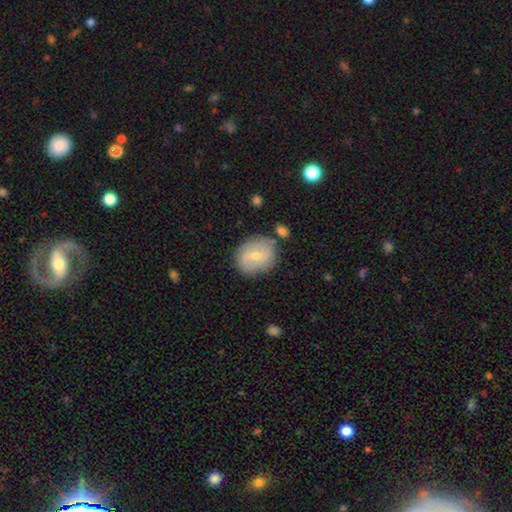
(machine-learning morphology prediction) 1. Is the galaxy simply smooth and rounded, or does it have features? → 51% smooth, 42% featured or disk, 7% star or artifact.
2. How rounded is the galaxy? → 63% round, 36% in between, 1% cigar-shaped.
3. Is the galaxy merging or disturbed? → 75% none, 16% minor disturbance, 5% merger, 4% major disturbance.